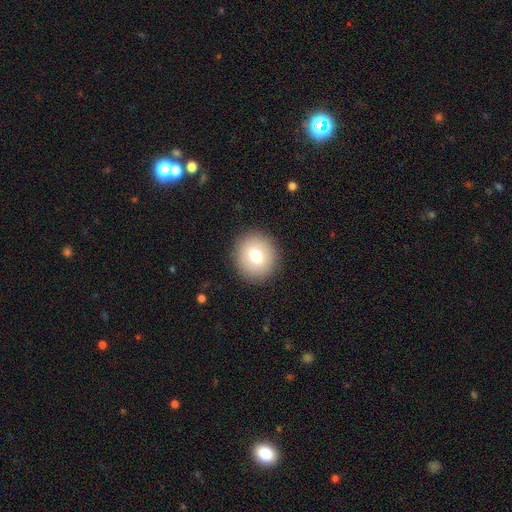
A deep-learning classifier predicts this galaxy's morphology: Smooth or featured? smooth (74%)
How rounded? round (85%)
Merging? none (90%)